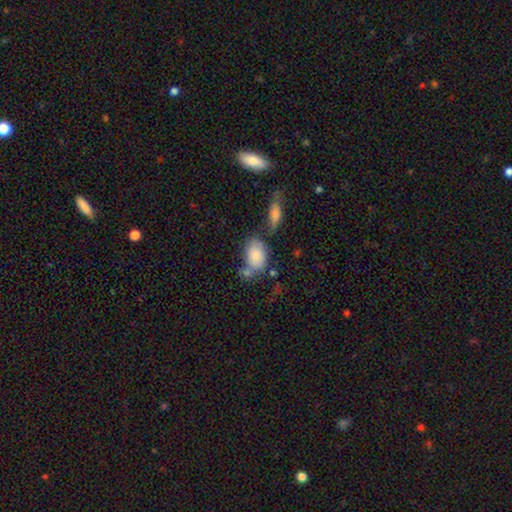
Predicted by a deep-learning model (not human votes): A smooth galaxy with no disk features (83%) that is in between round and cigar-shaped (87%). Merging: none (48%).